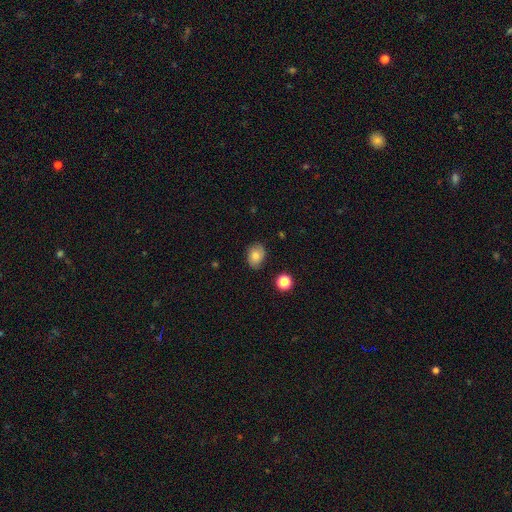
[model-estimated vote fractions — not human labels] Overall: smooth (78%). How rounded: in between (60%; round 39%). Merging: none (81%).